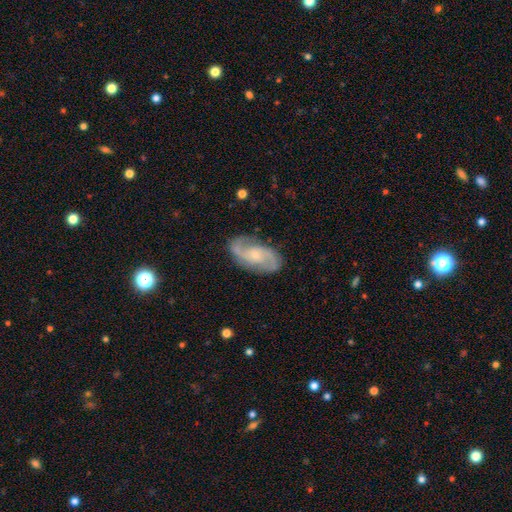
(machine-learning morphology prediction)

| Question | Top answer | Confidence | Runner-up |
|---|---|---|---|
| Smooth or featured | featured or disk | 83% | smooth (11%) |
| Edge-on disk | no | 96% | yes (4%) |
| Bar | no | 60% | weak (33%) |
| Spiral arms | yes | 96% | no (4%) |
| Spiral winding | medium | 49% | loose (28%) |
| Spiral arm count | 2 | 87% | can't tell (6%) |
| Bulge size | small | 67% | moderate (26%) |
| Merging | none | 80% | minor disturbance (14%) |